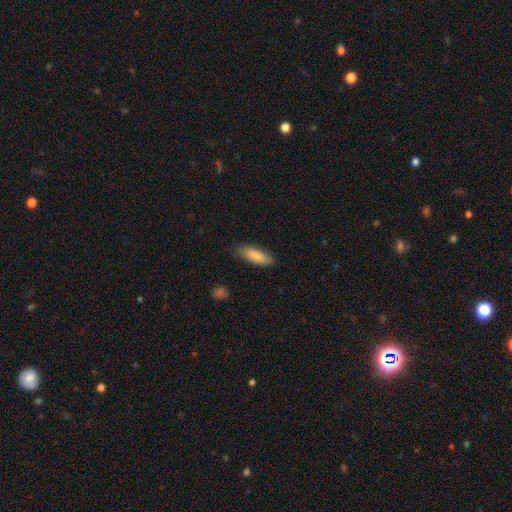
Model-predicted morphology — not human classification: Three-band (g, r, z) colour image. It shows a smooth galaxy with no disk features (83%) that is in between round and cigar-shaped (63%). Merging: none (81%).